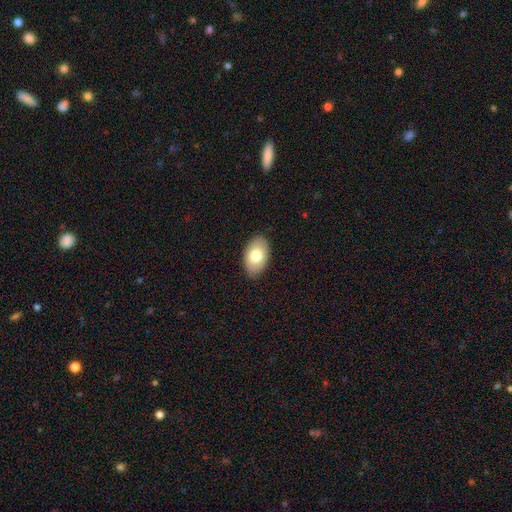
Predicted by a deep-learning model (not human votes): Morphology: type=smooth (76%); roundness=in between (93%); merging=none (88%).